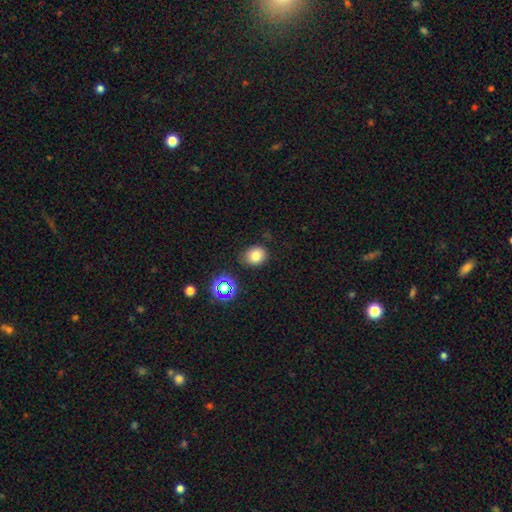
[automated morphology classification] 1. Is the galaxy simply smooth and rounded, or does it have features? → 75% smooth, 16% star or artifact, 9% featured or disk.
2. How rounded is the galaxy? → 68% round, 31% in between, 1% cigar-shaped.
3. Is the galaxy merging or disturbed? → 80% none, 14% minor disturbance, 3% major disturbance, 3% merger.